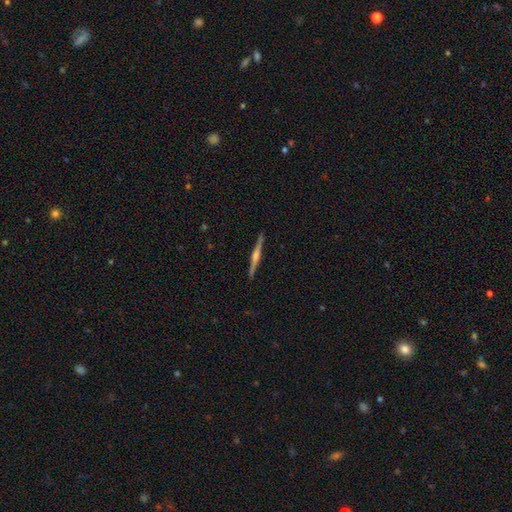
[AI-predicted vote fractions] A featured or disk galaxy (79%) viewed edge-on (99%) with a rounded central bulge (81%). Merging: none (92%).